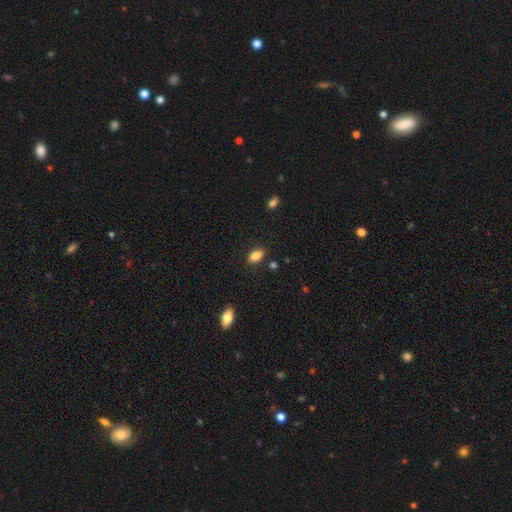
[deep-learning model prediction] Smooth or featured: smooth — 85% (star or artifact — 9%)
How rounded: in between — 89% (round — 8%)
Merging: none — 85% (minor disturbance — 11%)